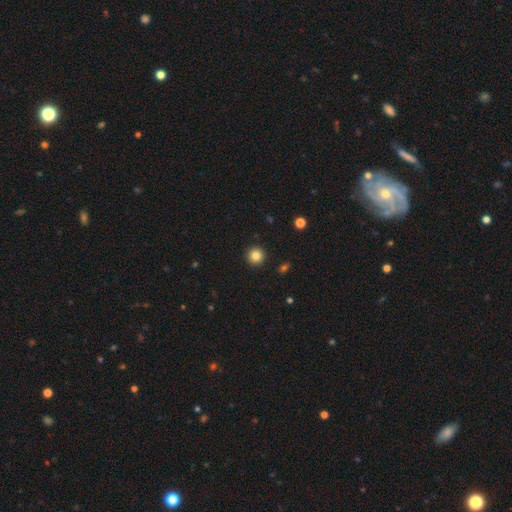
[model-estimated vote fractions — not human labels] This appears to be a smooth galaxy with no disk features (83%) that is round (96%). Merging: none (93%).